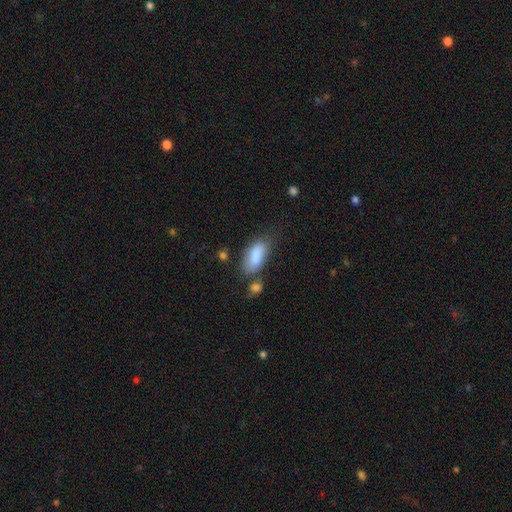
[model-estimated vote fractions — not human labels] Q: Smooth or featured?
A: smooth (86%); runner-up: featured or disk (7%)
Q: How rounded?
A: in between (88%); runner-up: cigar-shaped (10%)
Q: Merging?
A: none (57%); runner-up: minor disturbance (23%)